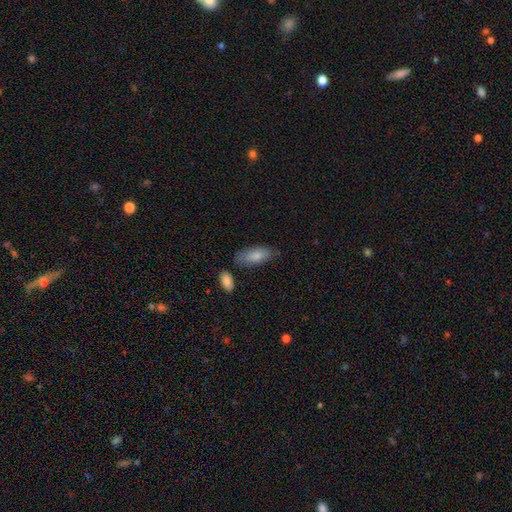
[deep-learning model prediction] Smooth or featured? Predicted: smooth (p=0.83). How rounded? Predicted: in between (p=0.82). Merging? Predicted: none (p=0.68).